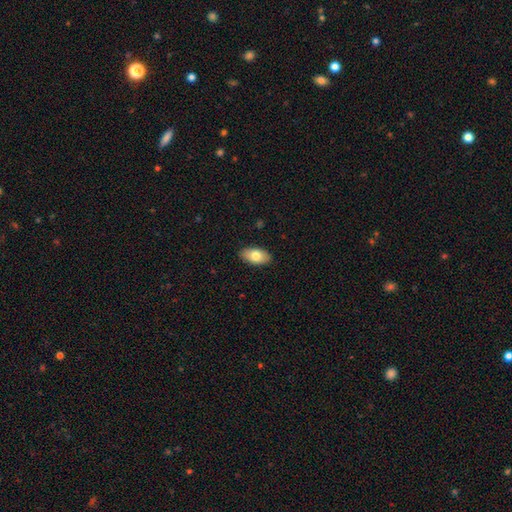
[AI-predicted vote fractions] Q: Smooth or featured?
A: smooth (78%); runner-up: featured or disk (16%)
Q: How rounded?
A: in between (94%); runner-up: round (4%)
Q: Merging?
A: none (89%); runner-up: minor disturbance (8%)